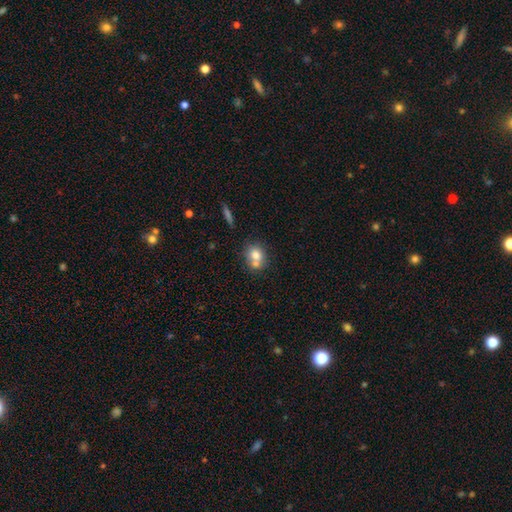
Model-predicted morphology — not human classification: smooth_or_featured: smooth (p=0.73) [alt: featured or disk p=0.17]
how_rounded: round (p=0.67) [alt: in between p=0.32]
merging: merger (p=0.44) [alt: none p=0.42]